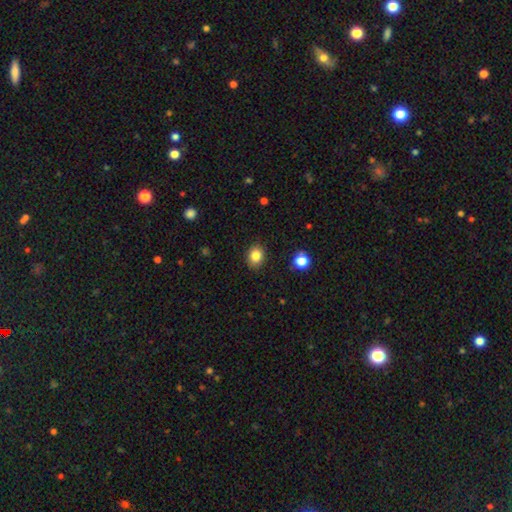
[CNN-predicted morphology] Smooth or featured? smooth (84%)
How rounded? round (52%)
Merging? none (88%)